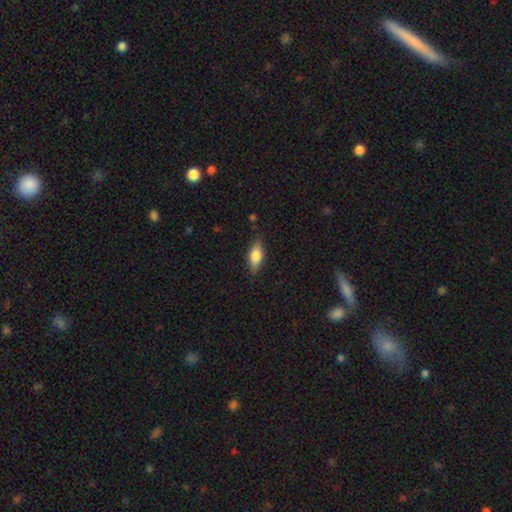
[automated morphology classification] Q: Smooth or featured?
A: smooth (74%); runner-up: featured or disk (19%)
Q: How rounded?
A: in between (80%); runner-up: cigar-shaped (16%)
Q: Merging?
A: none (84%); runner-up: minor disturbance (12%)